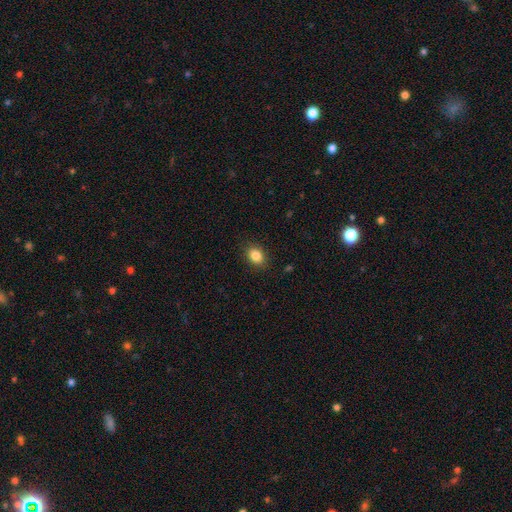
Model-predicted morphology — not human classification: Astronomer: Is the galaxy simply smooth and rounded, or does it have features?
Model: smooth — 86%.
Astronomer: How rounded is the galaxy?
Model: in between — 69%.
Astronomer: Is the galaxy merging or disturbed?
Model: none — 88%.